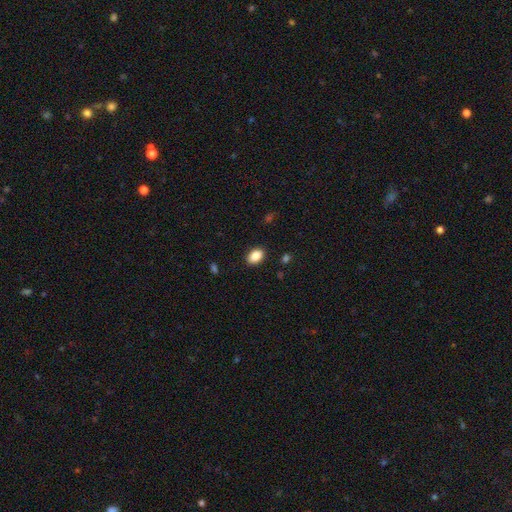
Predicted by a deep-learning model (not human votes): This is clearly a smooth galaxy (87%). How rounded: clearly in between (83%). Merging: clearly none (88%).